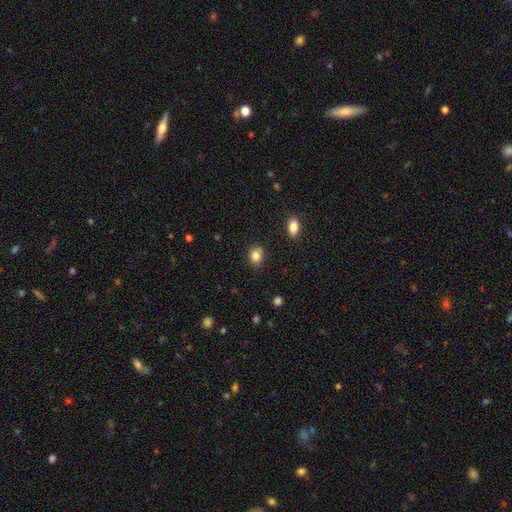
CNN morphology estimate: smooth_or_featured: smooth (p=0.84) [alt: star or artifact p=0.10]
how_rounded: in between (p=0.52) [alt: round p=0.47]
merging: none (p=0.81) [alt: minor disturbance p=0.13]